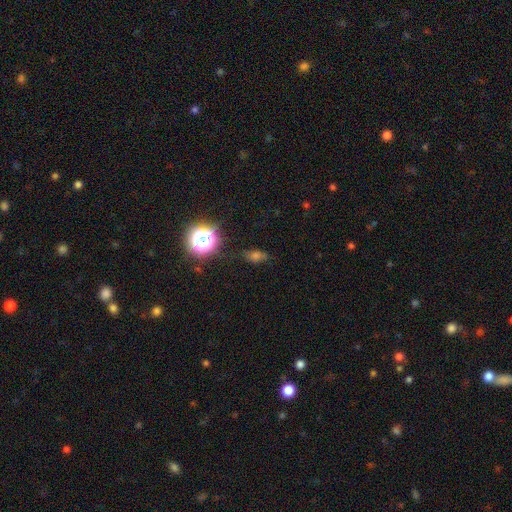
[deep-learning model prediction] Morphology: type=smooth (50%); merging=none (74%).